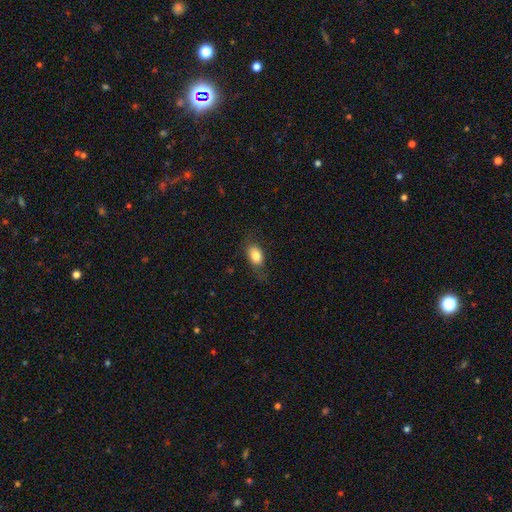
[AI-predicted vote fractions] smooth 80%, featured or disk 12%, star or artifact 8%. Down the decision tree: how rounded — in between (85%); merging — none (71%).